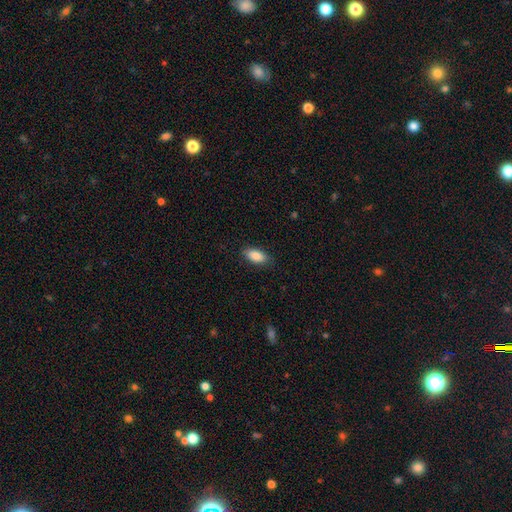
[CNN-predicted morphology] A smooth galaxy with no disk features (88%) that is in between round and cigar-shaped (89%).

Vote fractions:
- Smooth or featured? smooth: 88% / star or artifact: 7% / featured or disk: 6%
- How rounded? in between: 89% / cigar-shaped: 8% / round: 3%
- Merging? none: 86% / minor disturbance: 11% / major disturbance: 3% / merger: 1%